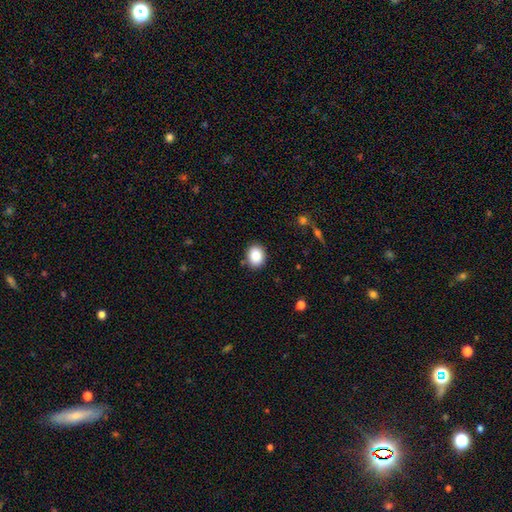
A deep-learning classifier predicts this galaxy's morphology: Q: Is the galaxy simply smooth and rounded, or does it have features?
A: smooth — 83%.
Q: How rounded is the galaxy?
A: round — 57%.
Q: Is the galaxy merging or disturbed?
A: none — 88%.